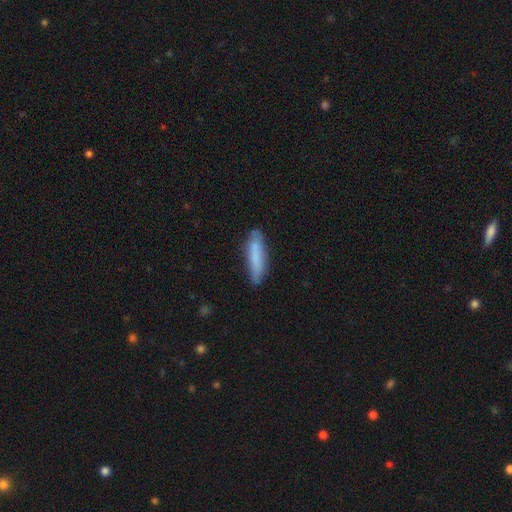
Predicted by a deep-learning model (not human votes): Smooth or featured?
  - smooth: 75% *
  - featured or disk: 19%
  - star or artifact: 7%
How rounded?
  - cigar-shaped: 79% *
  - in between: 20%
  - round: 1%
Merging?
  - none: 72% *
  - minor disturbance: 21%
  - major disturbance: 5%
  - merger: 3%